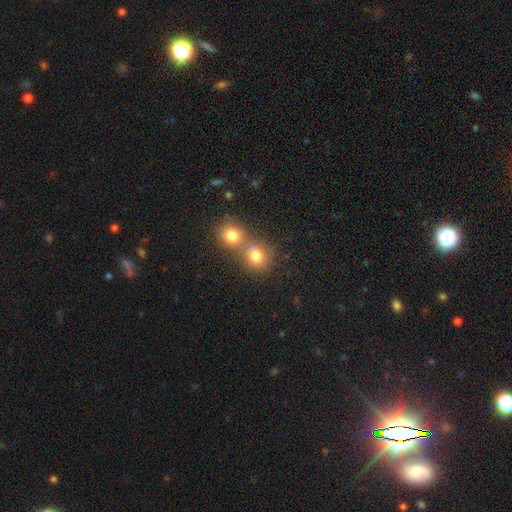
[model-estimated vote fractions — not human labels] Smooth or featured?
  - smooth: 78% *
  - star or artifact: 13%
  - featured or disk: 9%
How rounded?
  - round: 81% *
  - in between: 18%
  - cigar-shaped: 1%
Merging?
  - merger: 46% *
  - none: 44%
  - minor disturbance: 7%
  - major disturbance: 3%